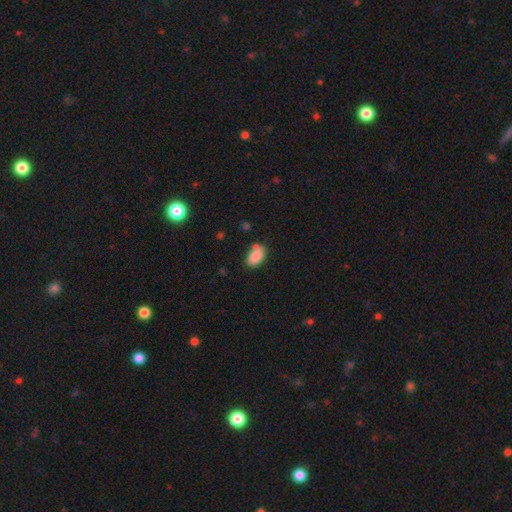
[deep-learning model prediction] The model was most divided on "merging": none: 65%, minor disturbance: 22%, merger: 8%, major disturbance: 5%. More confident: how rounded — in between (91%); smooth or featured — smooth (87%).